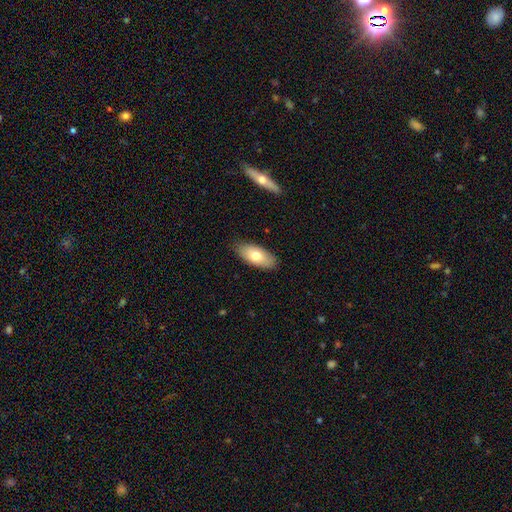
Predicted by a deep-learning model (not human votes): Smooth or featured? smooth (73%)
How rounded? in between (88%)
Merging? none (85%)